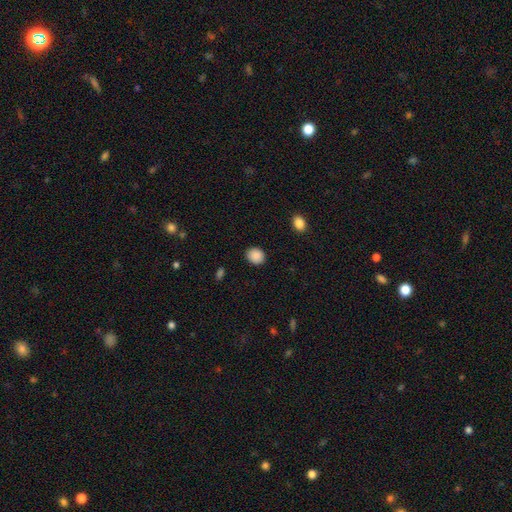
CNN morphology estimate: smooth_or_featured: smooth (p=0.89) [alt: star or artifact p=0.08]
how_rounded: round (p=0.67) [alt: in between p=0.32]
merging: none (p=0.89) [alt: minor disturbance p=0.08]